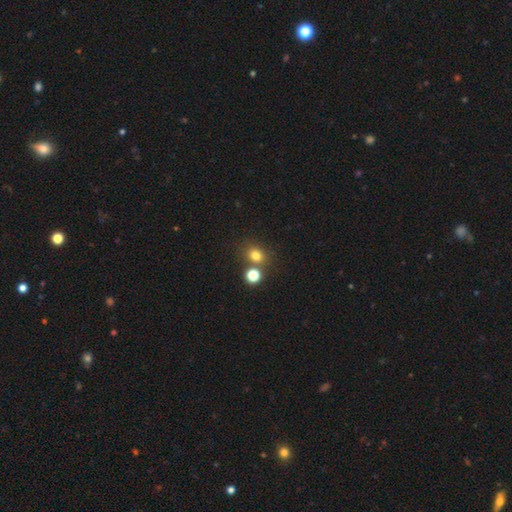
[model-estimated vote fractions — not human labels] Overall: smooth (77%). How rounded: round (70%). Merging: none (68%).